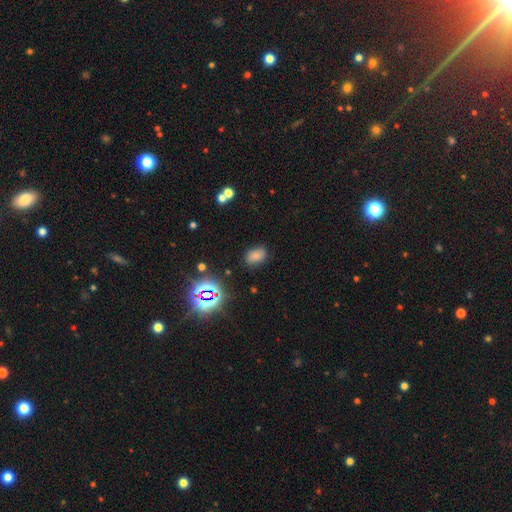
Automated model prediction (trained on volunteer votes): Smooth or featured? Predicted: smooth (p=0.73). How rounded? Predicted: in between (p=0.84). Merging? Predicted: none (p=0.81).